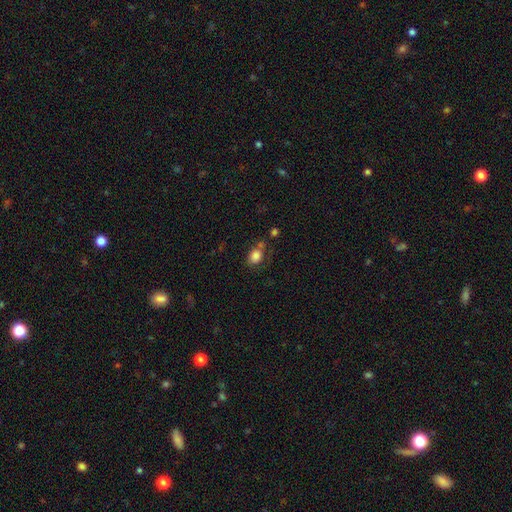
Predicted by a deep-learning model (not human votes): Morphology: type=smooth (83%); roundness=in between (62%); merging=none (53%).